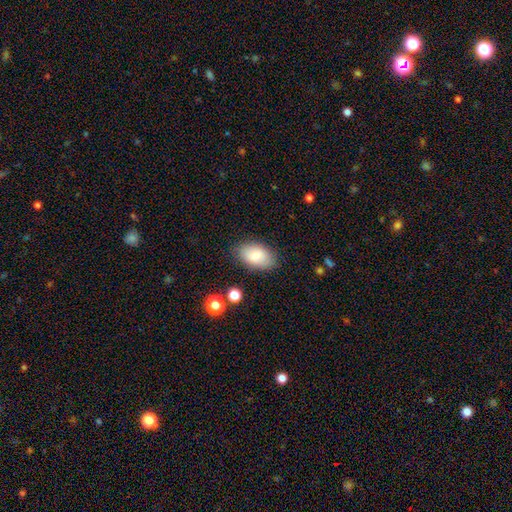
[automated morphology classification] smooth_or_featured: smooth (p=0.79) [alt: featured or disk p=0.14]
how_rounded: in between (p=0.92) [alt: round p=0.06]
merging: none (p=0.84) [alt: minor disturbance p=0.12]